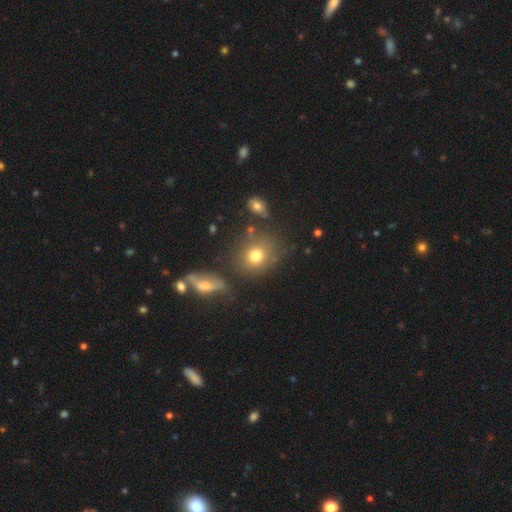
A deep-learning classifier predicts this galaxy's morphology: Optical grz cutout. It shows a smooth galaxy with no disk features (75%) that is round (76%). Merging: none (69%).